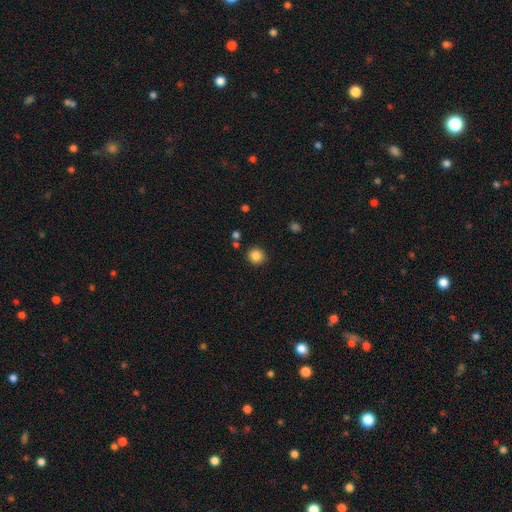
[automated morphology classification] smooth-or-featured: smooth: 84% | star or artifact: 11% | featured or disk: 5%
  how-rounded: round: 92% | in between: 7% | cigar-shaped: 1%
  merging: none: 88% | minor disturbance: 7% | merger: 3% | major disturbance: 2%